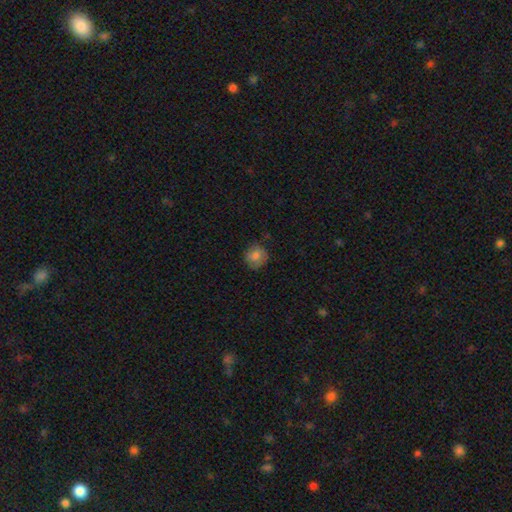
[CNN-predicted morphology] Smooth or featured? Predicted: smooth (p=0.79). How rounded? Predicted: round (p=0.87). Merging? Predicted: none (p=0.76).